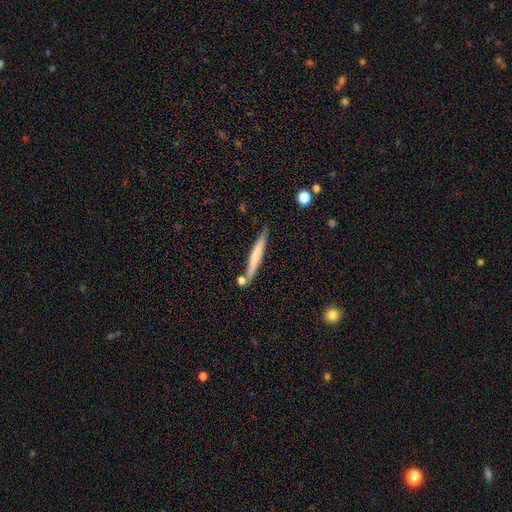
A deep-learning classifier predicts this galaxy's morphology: A smooth galaxy with no disk features (58%) that is cigar-shaped (96%).

Vote fractions:
- Smooth or featured? smooth: 58% / featured or disk: 36% / star or artifact: 6%
- How rounded? cigar-shaped: 96% / in between: 3% / round: 1%
- Merging? none: 78% / minor disturbance: 12% / merger: 8% / major disturbance: 2%